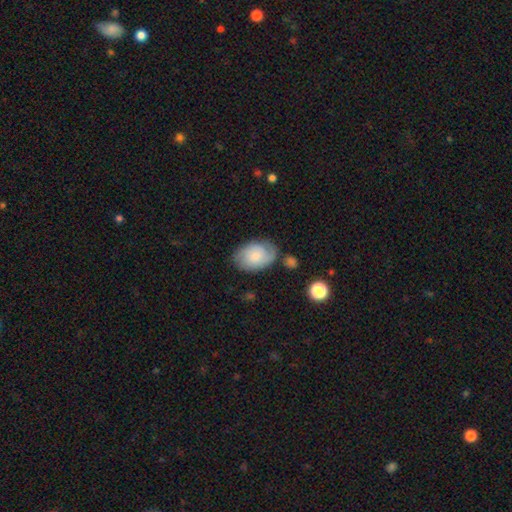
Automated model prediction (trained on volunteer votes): This appears to be a smooth galaxy with no disk features (59%) that is in between round and cigar-shaped (84%). Merging: none (67%).